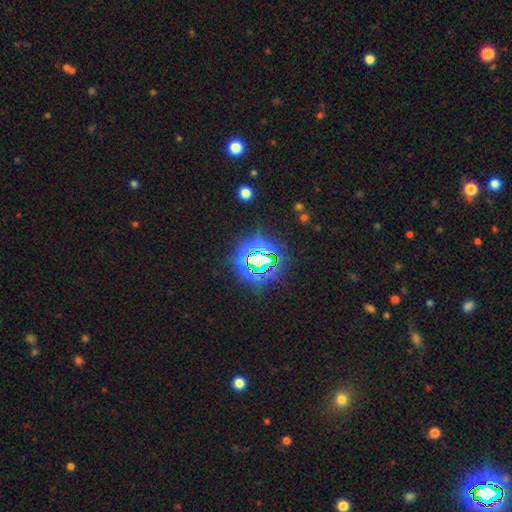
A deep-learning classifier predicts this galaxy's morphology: smooth_or_featured: star or artifact (p=0.76) [alt: smooth p=0.14]